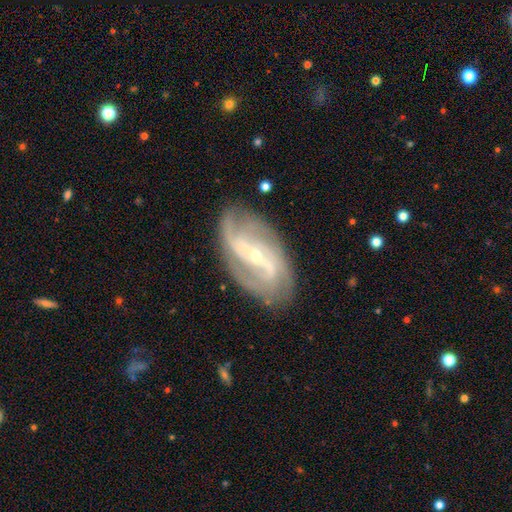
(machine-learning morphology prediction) This appears to be a featured or disk galaxy (89%) with a strong bar (54%), 2 (55%) medium (42%) spiral arms (95%) and a small central bulge (75%). Merging: none (76%).